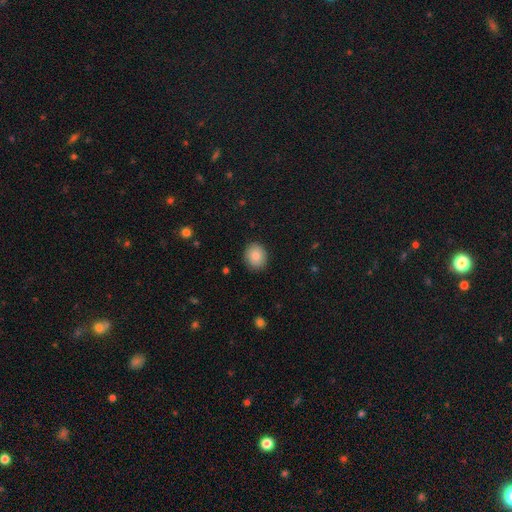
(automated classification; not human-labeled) Overall: smooth (87%). How rounded: round (64%; in between 35%). Merging: none (88%).